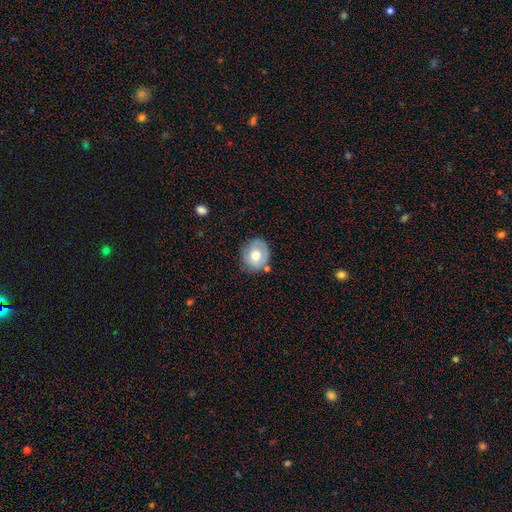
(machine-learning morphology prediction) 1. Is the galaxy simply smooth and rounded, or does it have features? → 67% smooth, 26% featured or disk, 8% star or artifact.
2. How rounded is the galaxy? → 69% round, 30% in between, 1% cigar-shaped.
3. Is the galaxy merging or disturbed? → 69% none, 20% minor disturbance, 6% merger, 5% major disturbance.